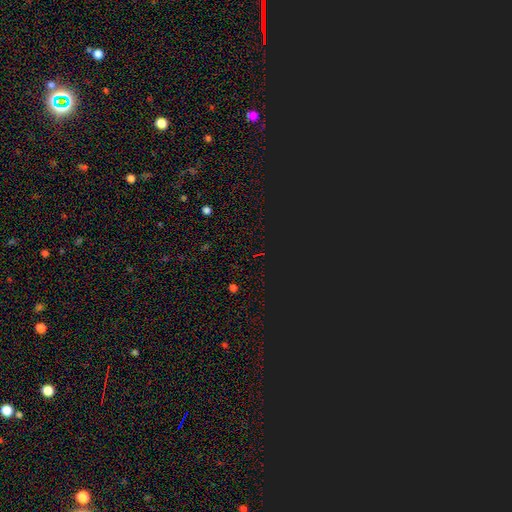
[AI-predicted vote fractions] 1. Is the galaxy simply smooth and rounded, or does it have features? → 78% star or artifact, 15% smooth, 7% featured or disk.